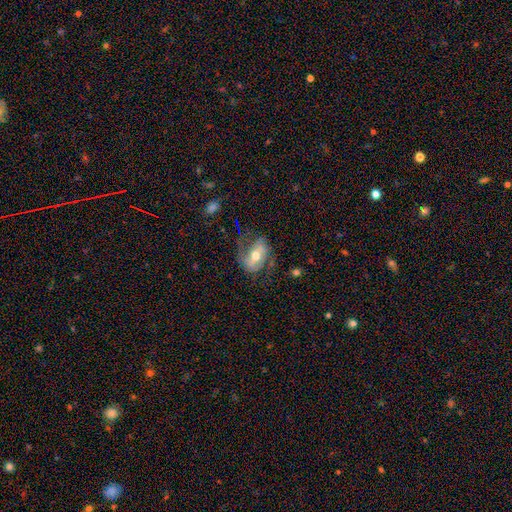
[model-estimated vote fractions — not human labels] Overall: featured or disk (60%; smooth 33%). Edge-on disk: no (93%). Bar: weak (37%; strong 34%). Spiral arms: yes (77%). Bulge size: moderate (72%). Merging: none (53%; minor disturbance 24%).